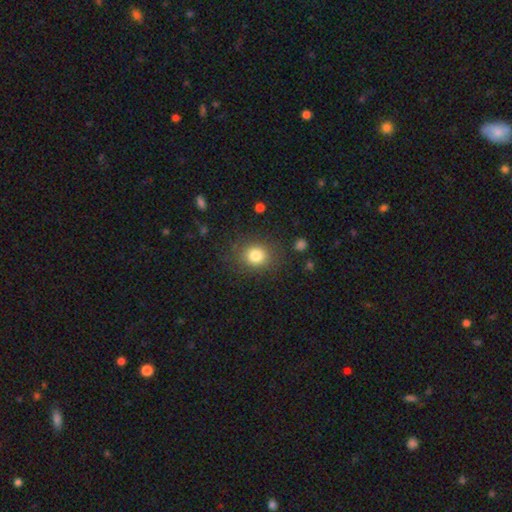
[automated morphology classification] This appears to be a smooth galaxy with no disk features (81%) that is round (75%). Merging: none (83%).